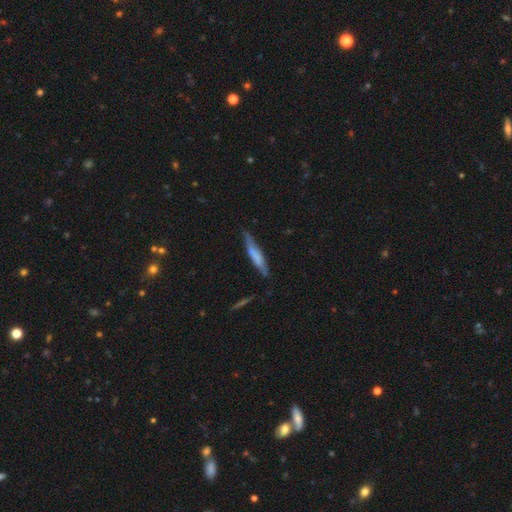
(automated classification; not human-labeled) Overall: smooth (58%; featured or disk 36%). How rounded: cigar-shaped (88%). Merging: none (70%).